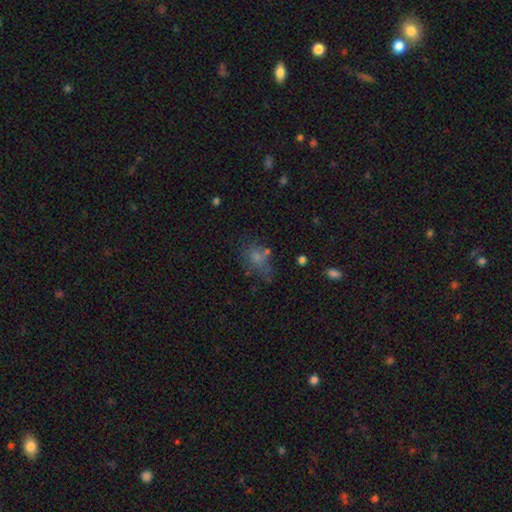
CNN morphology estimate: type=smooth (59%); roundness=in between (64%); merging=none (51%).